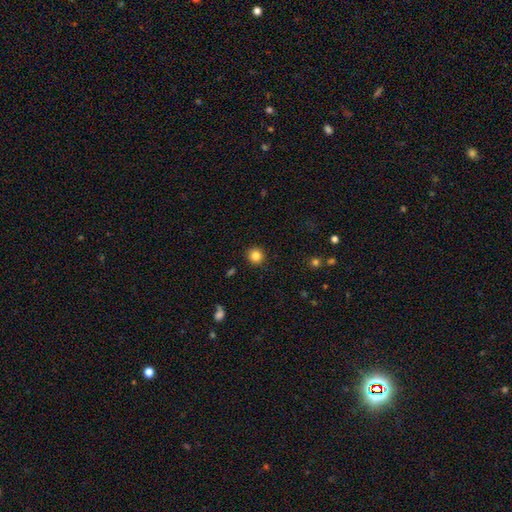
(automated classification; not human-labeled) This appears to be a smooth galaxy with no disk features (84%) that is round (93%). Merging: none (92%).